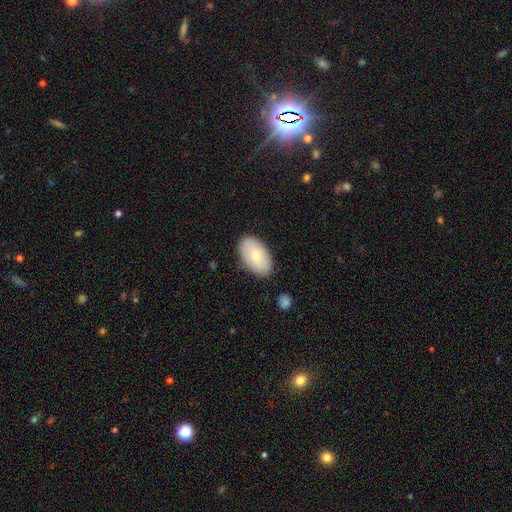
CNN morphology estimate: Smooth or featured? Predicted: smooth (p=0.70). How rounded? Predicted: in between (p=0.94). Merging? Predicted: none (p=0.84).